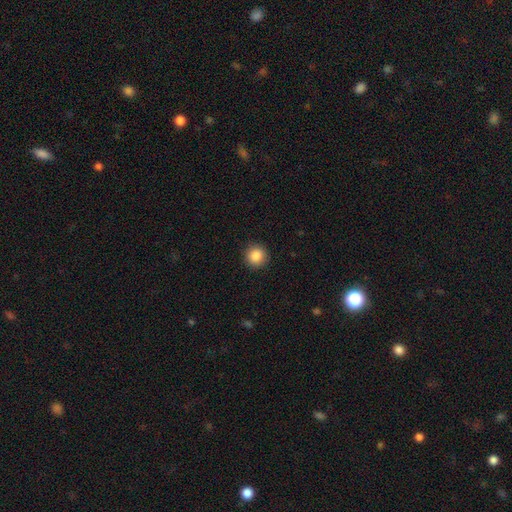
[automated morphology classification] Overall: smooth (87%). How rounded: round (93%). Merging: none (92%).